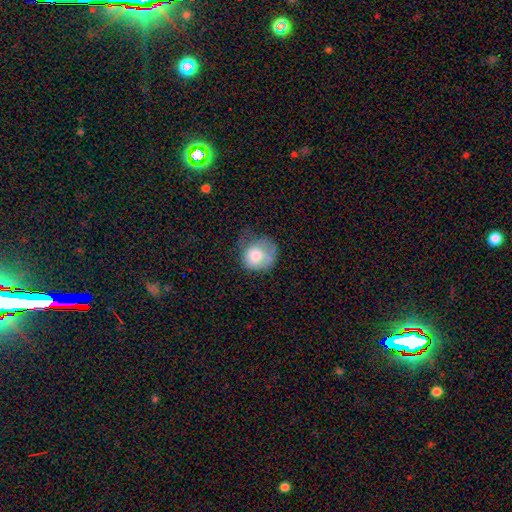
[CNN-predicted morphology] Q: Smooth or featured?
A: smooth (71%); runner-up: featured or disk (21%)
Q: How rounded?
A: round (73%); runner-up: in between (26%)
Q: Merging?
A: minor disturbance (35%); runner-up: none (32%)